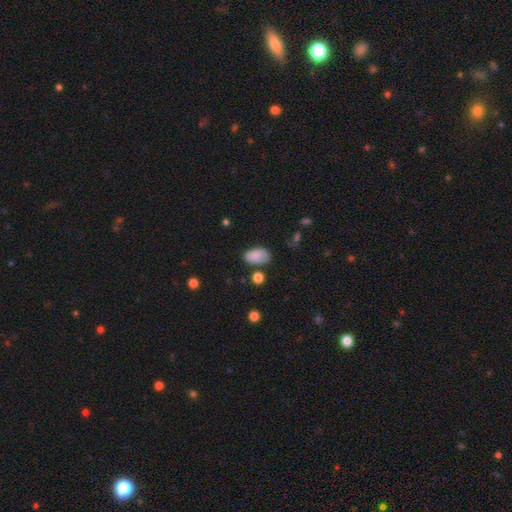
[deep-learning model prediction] Smooth or featured? Predicted: smooth (p=0.86). How rounded? Predicted: in between (p=0.93). Merging? Predicted: none (p=0.68).